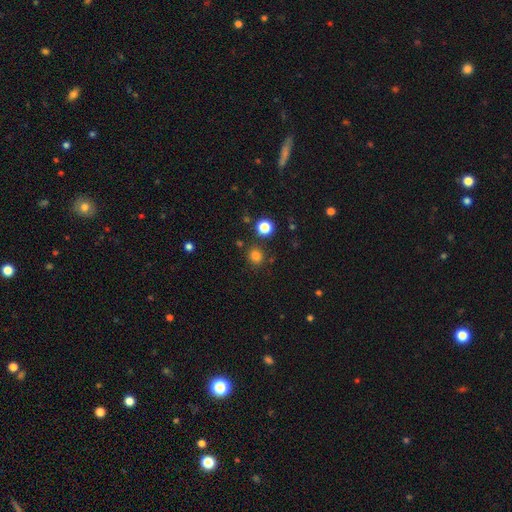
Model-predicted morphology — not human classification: type=smooth (80%); roundness=round (84%); merging=none (83%).